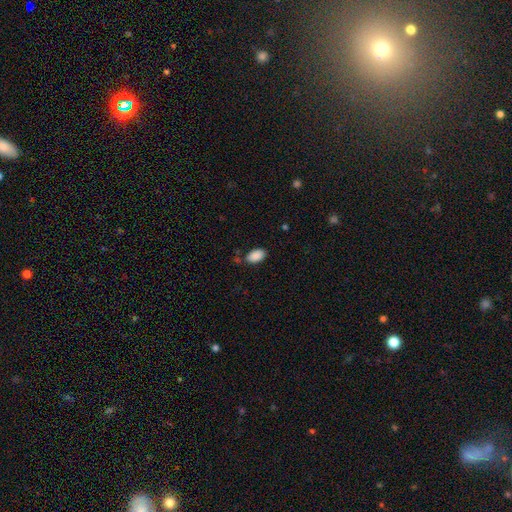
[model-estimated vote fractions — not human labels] smooth 89%, star or artifact 7%, featured or disk 3%. Down the decision tree: how rounded — in between (95%); merging — none (77%).